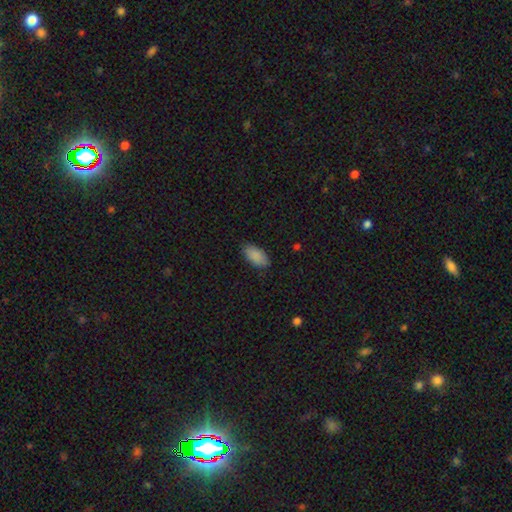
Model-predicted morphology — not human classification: smooth 89%, star or artifact 6%, featured or disk 4%. Down the decision tree: how rounded — in between (93%); merging — none (84%).